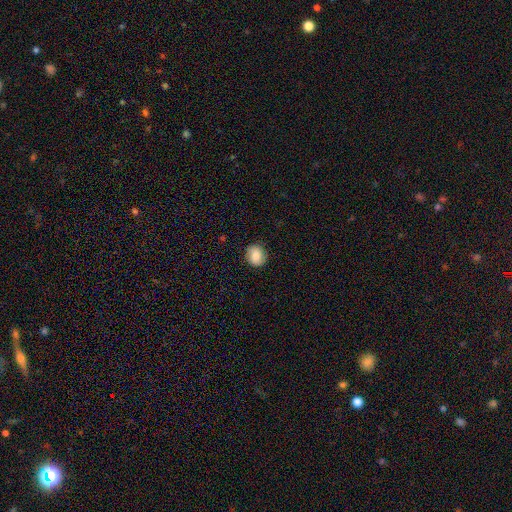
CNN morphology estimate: smooth-or-featured: smooth: 79% | featured or disk: 13% | star or artifact: 9%
  how-rounded: round: 75% | in between: 24% | cigar-shaped: 1%
  merging: none: 86% | minor disturbance: 11% | major disturbance: 3% | merger: 1%